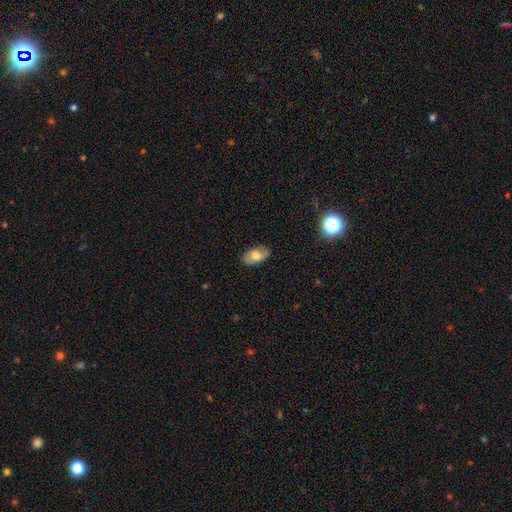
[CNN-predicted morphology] Overall: smooth (64%; featured or disk 28%). How rounded: in between (93%). Merging: none (81%).